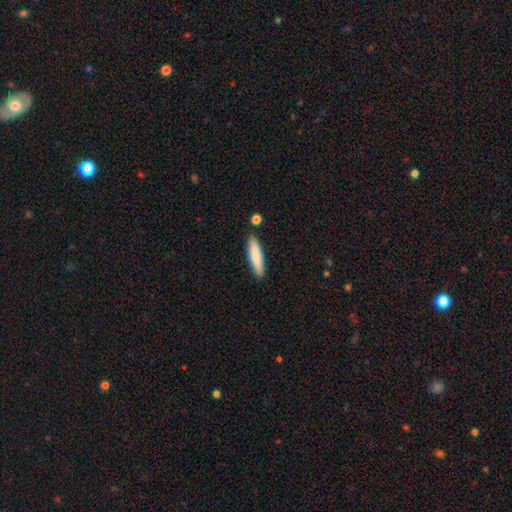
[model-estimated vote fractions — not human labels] This is clearly a smooth galaxy (82%). How rounded: clearly cigar-shaped (80%). Merging: clearly none (86%).